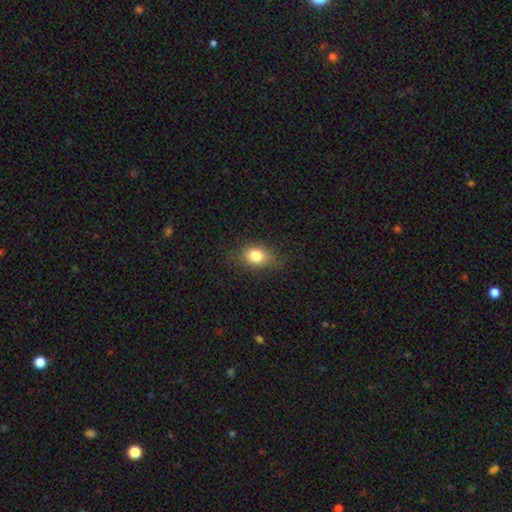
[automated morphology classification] smooth-or-featured: smooth: 79% | star or artifact: 11% | featured or disk: 10%
  how-rounded: in between: 69% | round: 28% | cigar-shaped: 3%
  merging: none: 75% | minor disturbance: 18% | major disturbance: 6% | merger: 1%